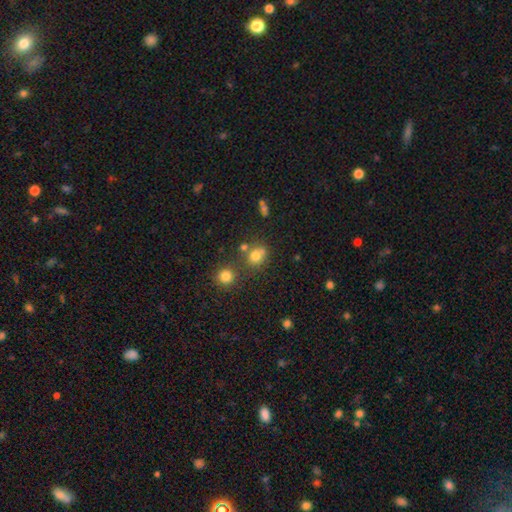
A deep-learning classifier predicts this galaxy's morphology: The model was most divided on "merging": none: 53%, merger: 27%, minor disturbance: 14%, major disturbance: 6%. More confident: smooth or featured — smooth (74%); how rounded — round (73%).